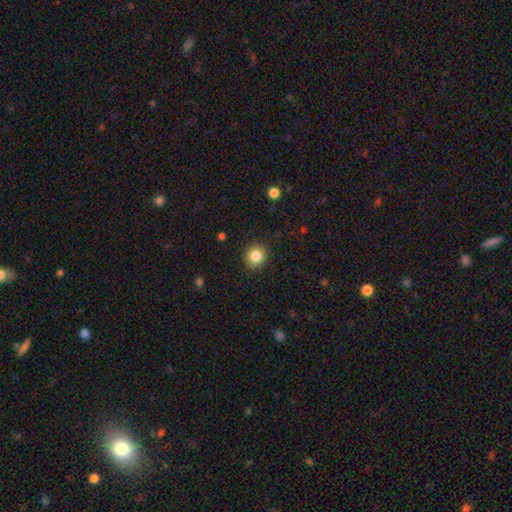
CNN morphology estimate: Smooth or featured: smooth — 84% (star or artifact — 10%)
How rounded: round — 90% (in between — 9%)
Merging: none — 91% (minor disturbance — 6%)